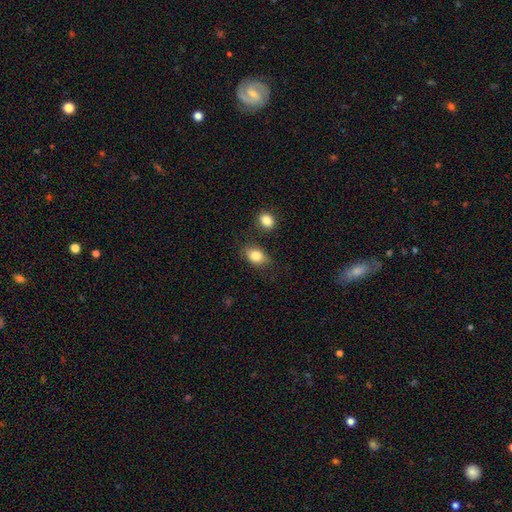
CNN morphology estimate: smooth-or-featured: smooth: 83% | featured or disk: 8% | star or artifact: 8%
  how-rounded: in between: 79% | round: 19% | cigar-shaped: 2%
  merging: none: 75% | minor disturbance: 15% | merger: 6% | major disturbance: 4%